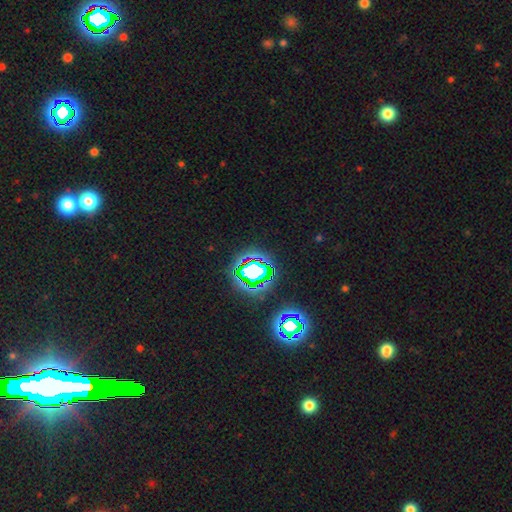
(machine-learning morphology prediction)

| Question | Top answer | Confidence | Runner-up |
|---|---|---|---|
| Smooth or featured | star or artifact | 78% | smooth (13%) |